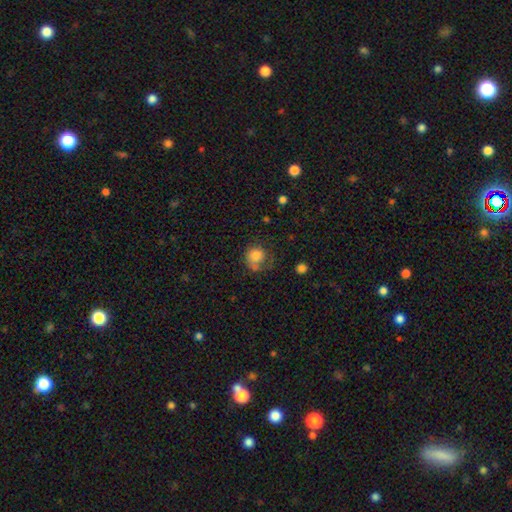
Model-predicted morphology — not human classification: smooth 70%, featured or disk 21%, star or artifact 9%. Down the decision tree: how rounded — round (78%); merging — none (41%).